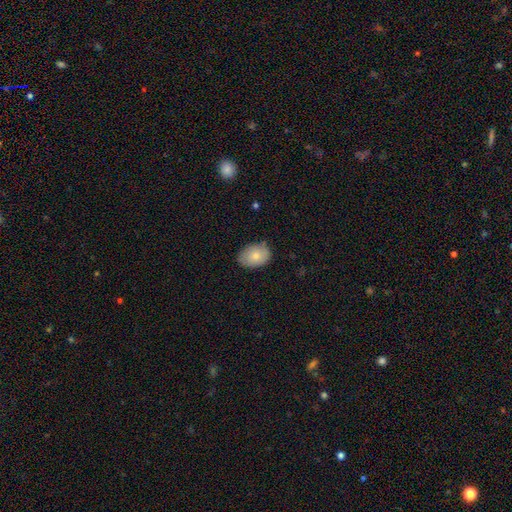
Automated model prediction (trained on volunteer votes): Smooth or featured? smooth (79%)
How rounded? in between (79%)
Merging? none (78%)